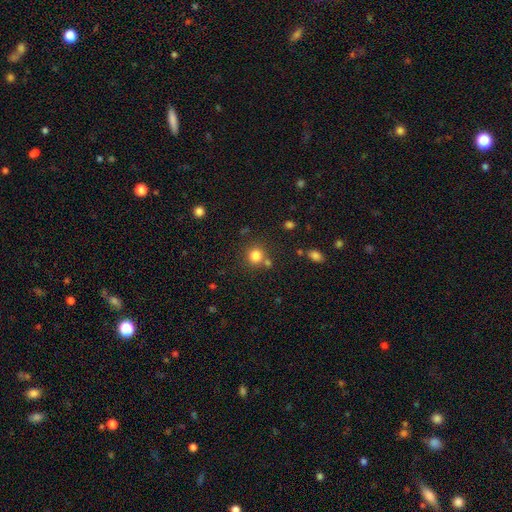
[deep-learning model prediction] A smooth galaxy with no disk features (81%) that is round (90%).

Vote fractions:
- Smooth or featured? smooth: 81% / star or artifact: 13% / featured or disk: 6%
- How rounded? round: 90% / in between: 9% / cigar-shaped: 1%
- Merging? none: 72% / merger: 15% / minor disturbance: 9% / major disturbance: 4%